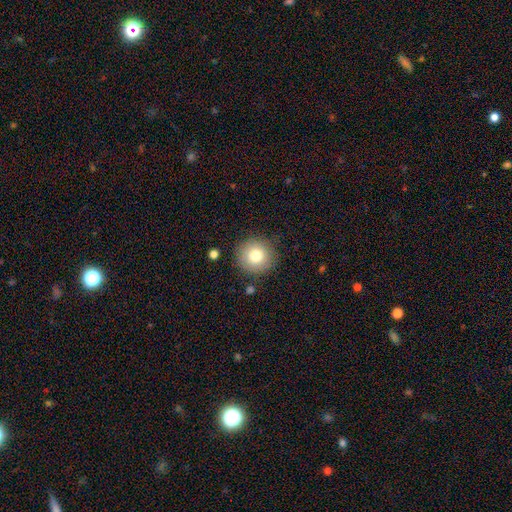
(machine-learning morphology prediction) A smooth galaxy with no disk features (80%) that is round (94%).

Vote fractions:
- Smooth or featured? smooth: 80% / featured or disk: 10% / star or artifact: 10%
- How rounded? round: 94% / in between: 5% / cigar-shaped: 1%
- Merging? none: 86% / minor disturbance: 9% / major disturbance: 3% / merger: 2%